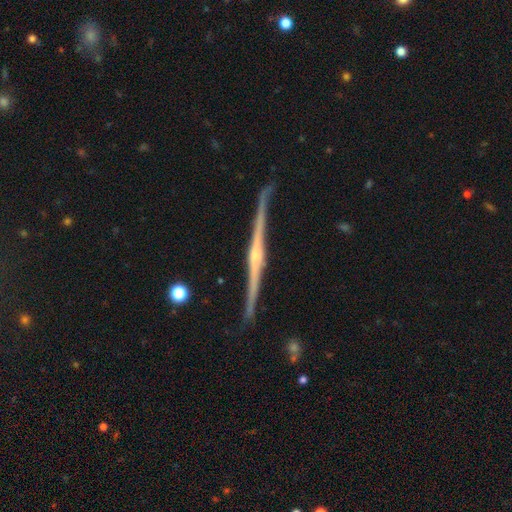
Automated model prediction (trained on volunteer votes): Smooth or featured? featured or disk (88%)
Edge-on disk? yes (98%)
Edge-on bulge? rounded (74%)
Merging? none (84%)